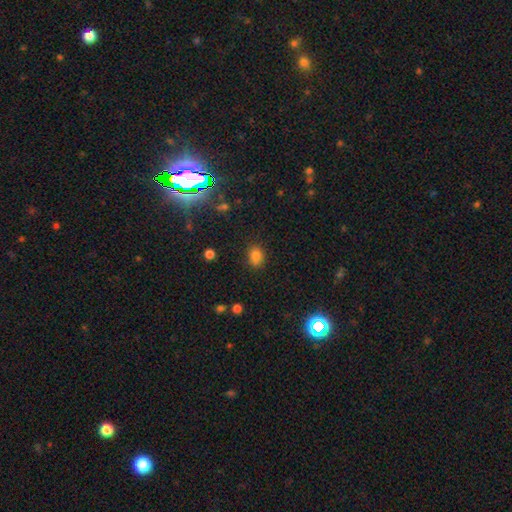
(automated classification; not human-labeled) A smooth galaxy with no disk features (79%) that is in between round and cigar-shaped (59%).

Vote fractions:
- Smooth or featured? smooth: 79% / star or artifact: 15% / featured or disk: 6%
- How rounded? in between: 59% / round: 40% / cigar-shaped: 1%
- Merging? none: 81% / minor disturbance: 13% / major disturbance: 3% / merger: 2%